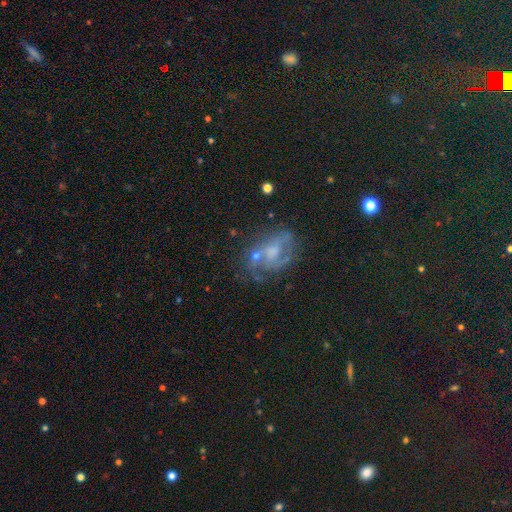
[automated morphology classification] This appears to be a star or artifact, not a galaxy (53%).